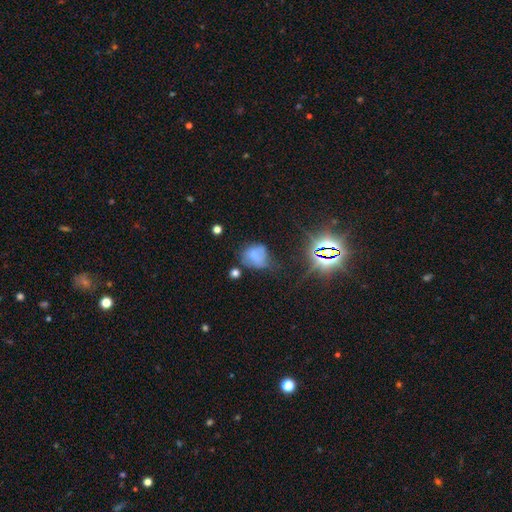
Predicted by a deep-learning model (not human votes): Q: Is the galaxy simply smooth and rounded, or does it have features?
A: smooth — 61%.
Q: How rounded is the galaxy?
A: round — 56%.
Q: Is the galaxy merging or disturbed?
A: none — 41%.